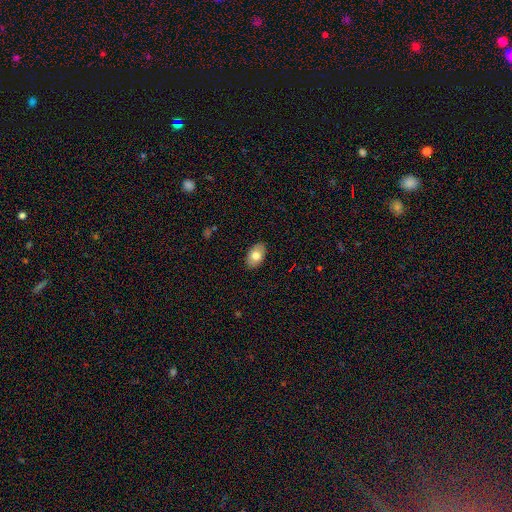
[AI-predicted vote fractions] Smooth or featured?
  - smooth: 77% *
  - featured or disk: 16%
  - star or artifact: 7%
How rounded?
  - in between: 90% *
  - round: 8%
  - cigar-shaped: 1%
Merging?
  - none: 87% *
  - minor disturbance: 10%
  - major disturbance: 2%
  - merger: 1%